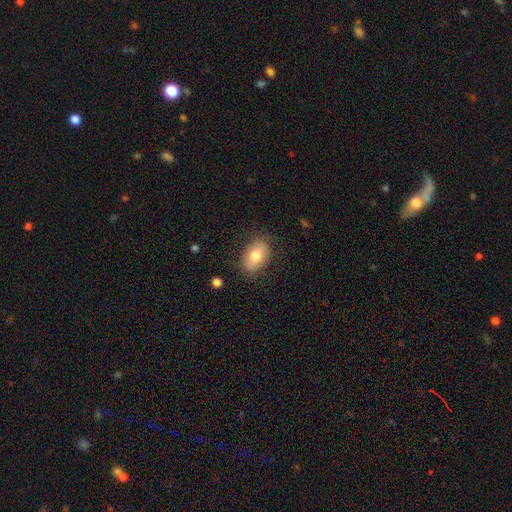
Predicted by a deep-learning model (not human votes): smooth-or-featured: smooth: 72% | featured or disk: 21% | star or artifact: 7%
  how-rounded: in between: 86% | round: 13% | cigar-shaped: 1%
  merging: none: 79% | minor disturbance: 15% | major disturbance: 5% | merger: 1%